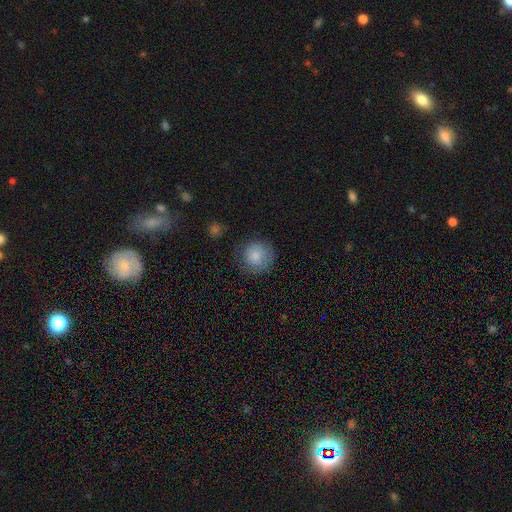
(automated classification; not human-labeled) This is clearly a smooth galaxy (84%). How rounded: clearly round (93%). Merging: likely none (76%).